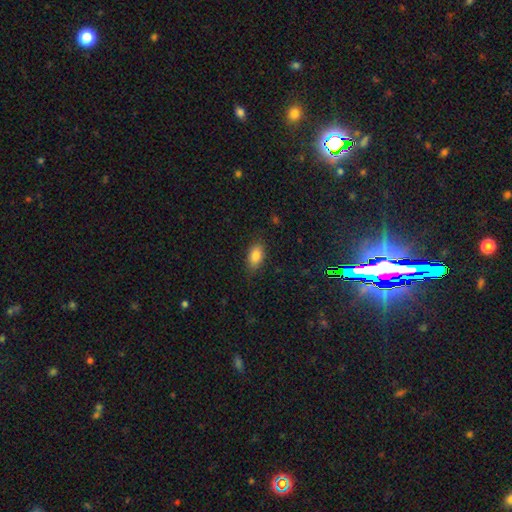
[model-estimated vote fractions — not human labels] smooth_or_featured: smooth (p=0.85) [alt: star or artifact p=0.08]
how_rounded: in between (p=0.90) [alt: round p=0.06]
merging: none (p=0.82) [alt: minor disturbance p=0.13]